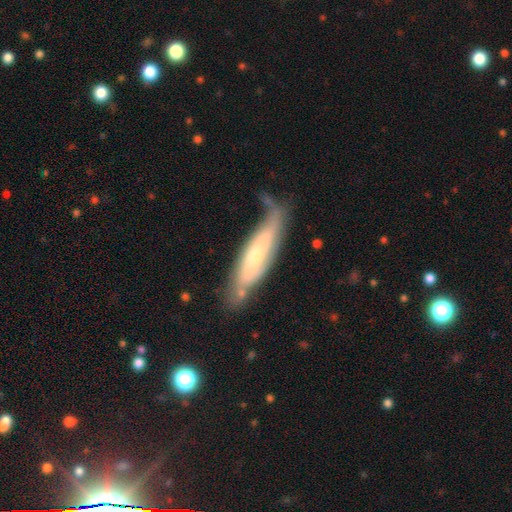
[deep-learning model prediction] Smooth or featured? featured or disk (56%)
Edge-on disk? no (57%)
Merging? none (51%)